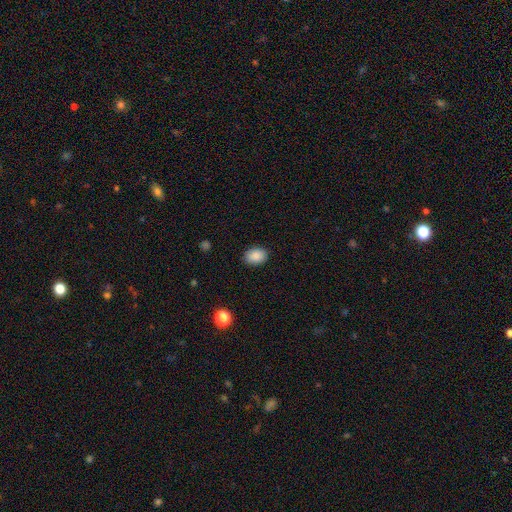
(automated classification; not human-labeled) The model was most divided on "how rounded": in between: 73%, round: 26%, cigar-shaped: 1%. More confident: smooth or featured — smooth (89%); merging — none (88%).